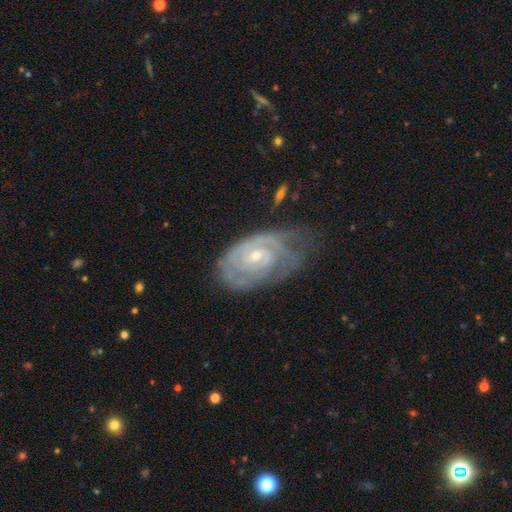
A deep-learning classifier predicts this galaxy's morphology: featured or disk 86%, smooth 9%, star or artifact 5%. Down the decision tree: edge-on disk — no (96%); bar — no (53%); spiral arms — yes (95%); spiral arm count — 2 (42%); spiral winding — tight (71%); bulge size — small (65%); merging — none (52%).